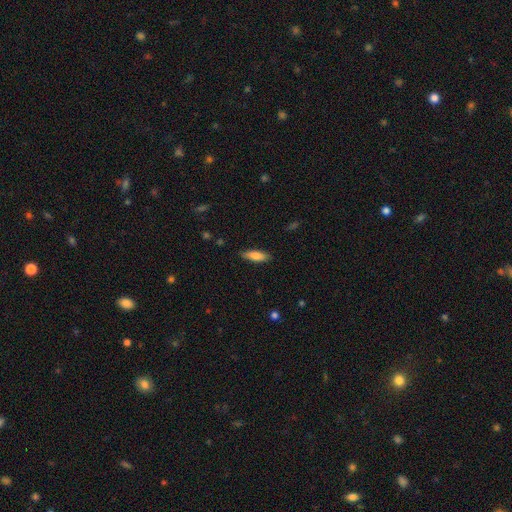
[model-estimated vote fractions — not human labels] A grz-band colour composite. It shows a smooth galaxy with no disk features (78%) that is in between round and cigar-shaped (51%). Merging: none (86%).